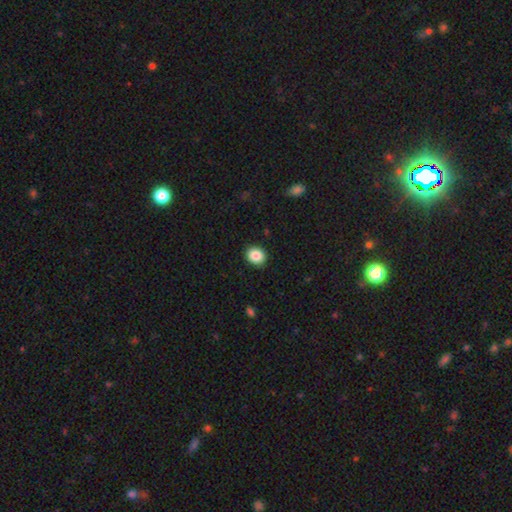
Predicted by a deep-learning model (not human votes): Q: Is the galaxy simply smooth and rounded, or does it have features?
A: smooth — 87%.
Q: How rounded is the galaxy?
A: round — 67%.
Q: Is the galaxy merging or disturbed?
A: none — 90%.